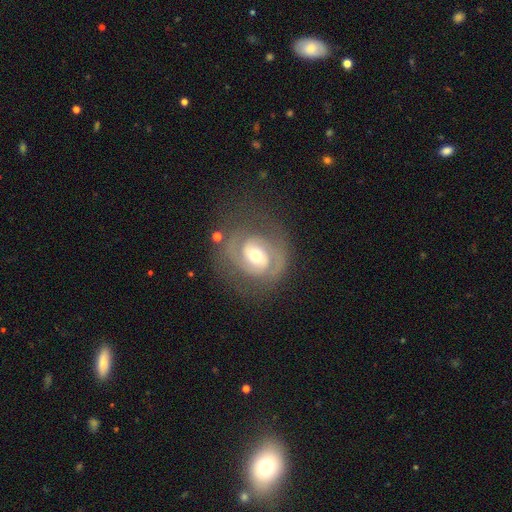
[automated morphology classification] Overall: featured or disk (82%). Edge-on disk: no (97%). Bar: no (51%; weak 36%). Spiral arms: yes (90%). Spiral arm count: 2 (67%). Spiral winding: tight (50%; medium 38%). Bulge size: moderate (69%). Merging: none (67%).